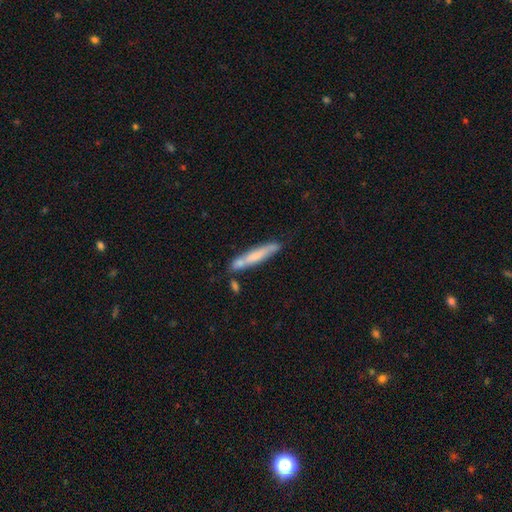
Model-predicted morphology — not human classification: Smooth or featured?
  - smooth: 63% *
  - featured or disk: 31%
  - star or artifact: 6%
How rounded?
  - cigar-shaped: 92% *
  - in between: 6%
  - round: 1%
Merging?
  - none: 61% *
  - minor disturbance: 18%
  - merger: 17%
  - major disturbance: 4%